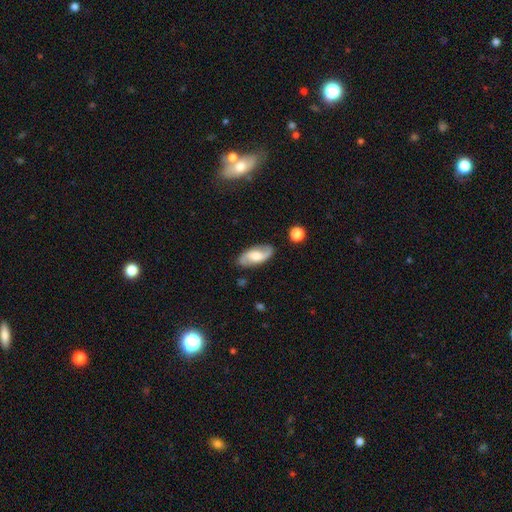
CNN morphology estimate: This appears to be a featured or disk galaxy (65%) with a weak bar (43%), 2 (89%) loose (47%) spiral arms (90%) and a moderate central bulge (49%). Merging: none (82%).